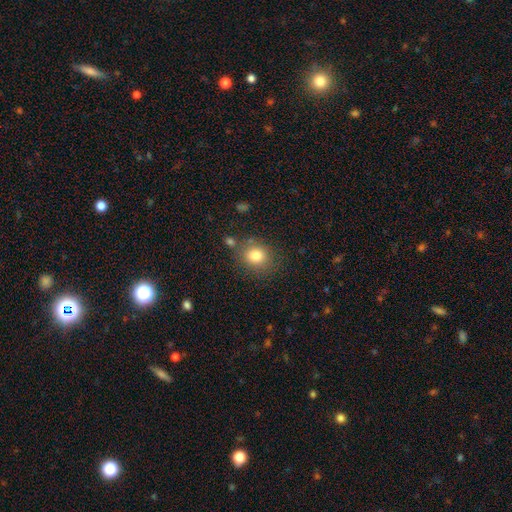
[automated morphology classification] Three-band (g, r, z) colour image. It shows a smooth galaxy with no disk features (80%) that is round (74%). Merging: none (78%).